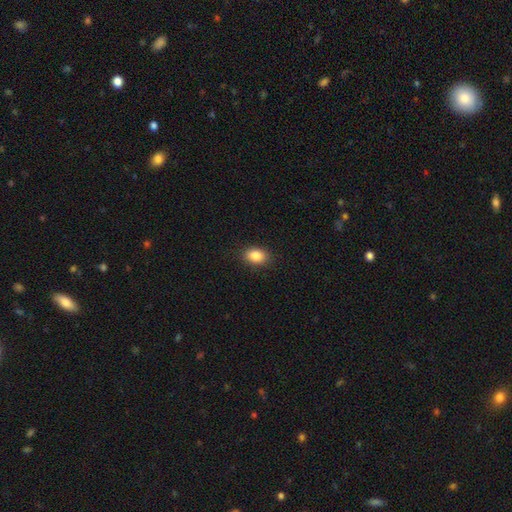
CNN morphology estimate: A smooth galaxy with no disk features (86%) that is in between round and cigar-shaped (80%).

Vote fractions:
- Smooth or featured? smooth: 86% / star or artifact: 9% / featured or disk: 5%
- How rounded? in between: 80% / round: 19% / cigar-shaped: 1%
- Merging? none: 88% / minor disturbance: 9% / major disturbance: 2% / merger: 1%